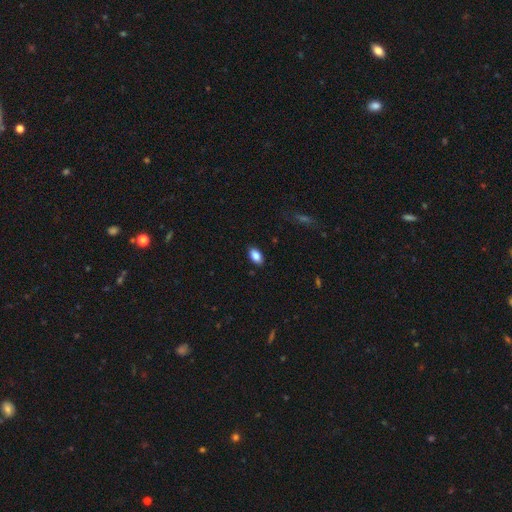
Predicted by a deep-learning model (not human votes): Smooth or featured?
  - smooth: 86% *
  - star or artifact: 8%
  - featured or disk: 6%
How rounded?
  - in between: 92% *
  - round: 6%
  - cigar-shaped: 2%
Merging?
  - none: 88% *
  - minor disturbance: 9%
  - major disturbance: 2%
  - merger: 1%